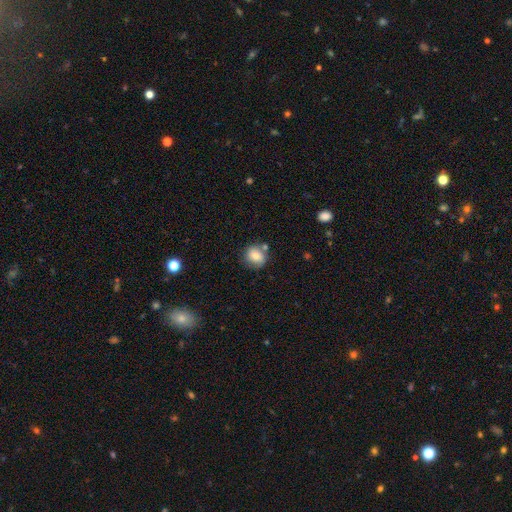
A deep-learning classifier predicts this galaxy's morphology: This is likely a smooth galaxy (79%). How rounded: likely round (78%). Merging: likely none (69%).